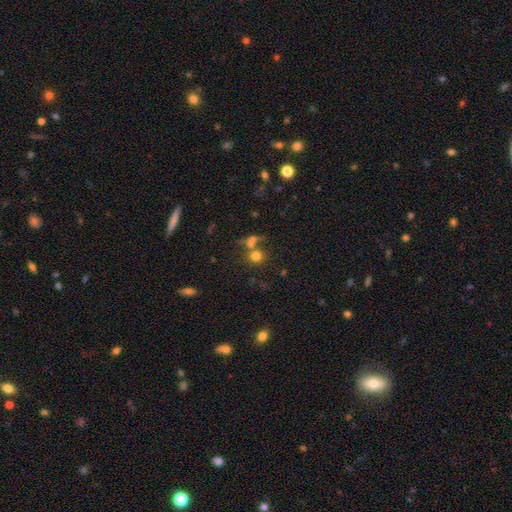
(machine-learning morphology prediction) smooth 72%, star or artifact 16%, featured or disk 11%. Down the decision tree: how rounded — round (84%); merging — none (51%).